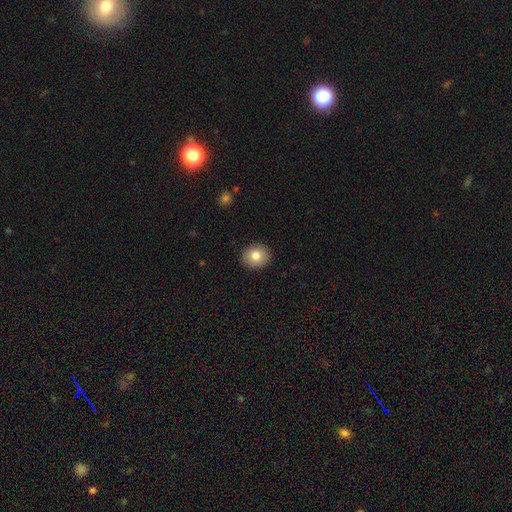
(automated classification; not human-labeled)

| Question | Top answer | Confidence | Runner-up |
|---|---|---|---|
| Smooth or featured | smooth | 82% | featured or disk (10%) |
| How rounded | round | 72% | in between (27%) |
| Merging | none | 91% | minor disturbance (6%) |